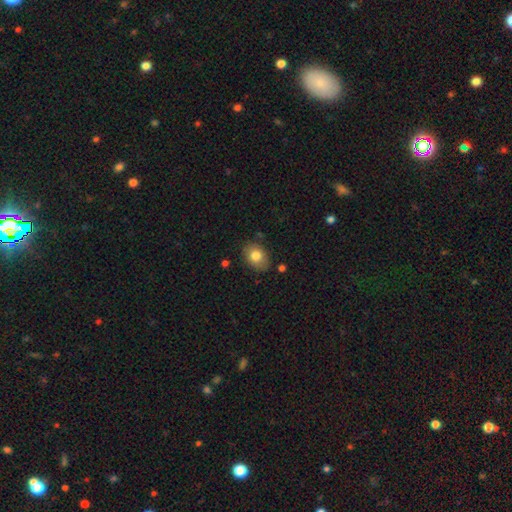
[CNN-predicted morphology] A smooth galaxy with no disk features (80%) that is in between round and cigar-shaped (68%).

Vote fractions:
- Smooth or featured? smooth: 80% / featured or disk: 11% / star or artifact: 8%
- How rounded? in between: 68% / round: 31% / cigar-shaped: 1%
- Merging? none: 81% / minor disturbance: 14% / major disturbance: 3% / merger: 2%